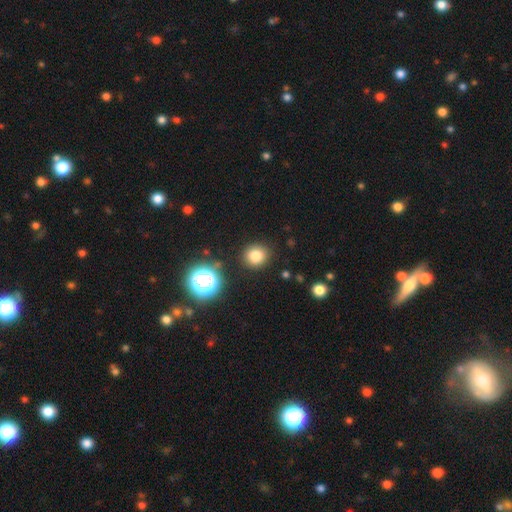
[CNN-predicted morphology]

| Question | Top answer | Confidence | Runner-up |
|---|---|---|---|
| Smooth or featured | smooth | 80% | star or artifact (14%) |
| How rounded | round | 85% | in between (14%) |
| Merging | none | 87% | minor disturbance (8%) |